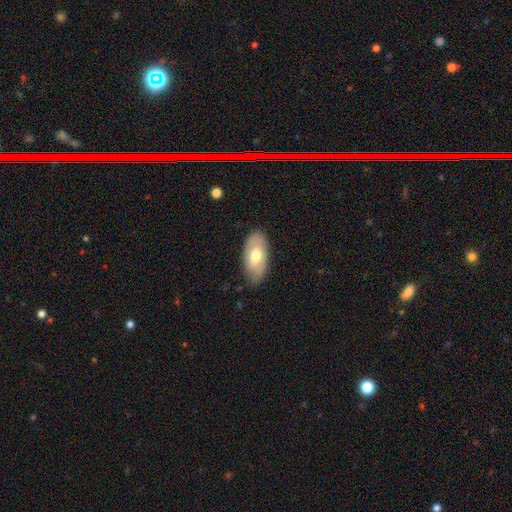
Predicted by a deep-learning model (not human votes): smooth_or_featured: smooth (p=0.58) [alt: featured or disk p=0.36]
how_rounded: in between (p=0.93) [alt: round p=0.04]
merging: none (p=0.80) [alt: minor disturbance p=0.16]